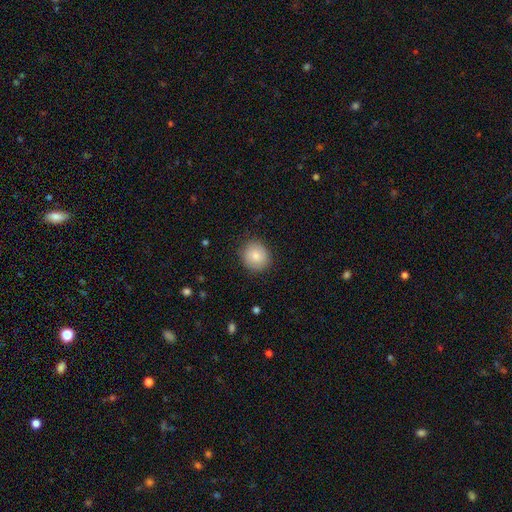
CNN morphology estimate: A smooth galaxy with no disk features (83%) that is round (83%). Merging: none (85%).